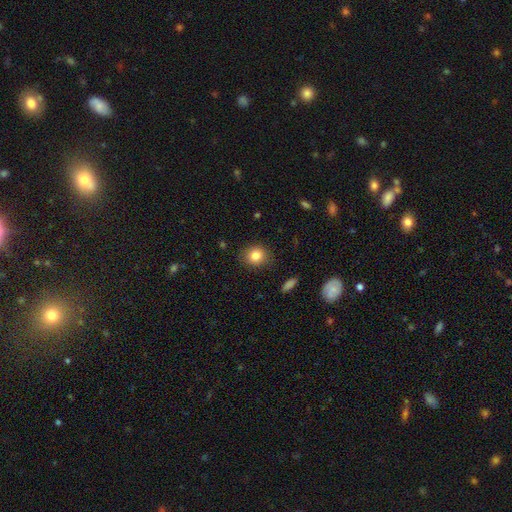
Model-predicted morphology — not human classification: A smooth galaxy with no disk features (83%) that is round (78%). Merging: none (87%).